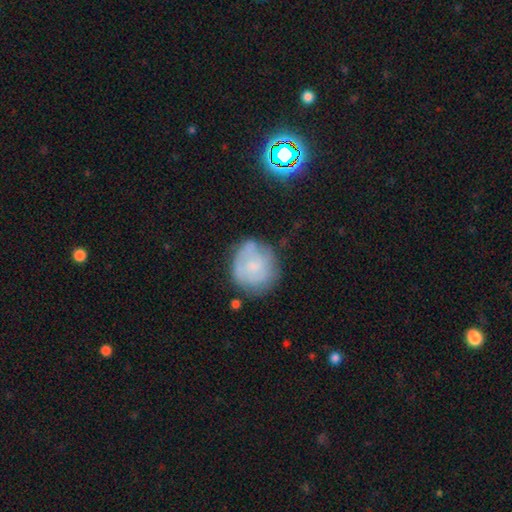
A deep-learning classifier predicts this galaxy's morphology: smooth-or-featured: smooth: 50% | featured or disk: 41% | star or artifact: 9%
  merging: none: 63% | minor disturbance: 24% | major disturbance: 10% | merger: 4%